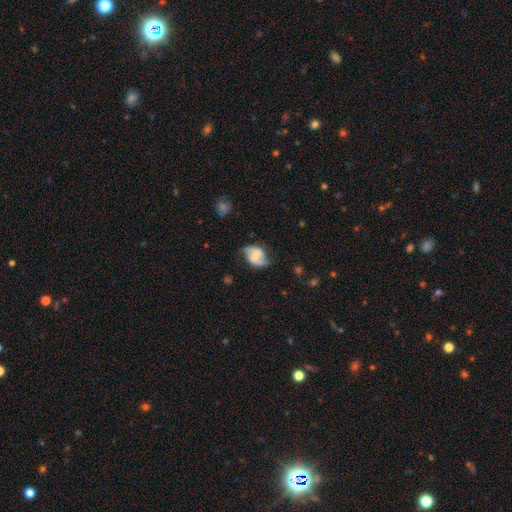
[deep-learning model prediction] Smooth or featured: featured or disk — 73% (smooth — 20%)
Edge-on disk: no — 97% (yes — 3%)
Bar: weak — 45% (strong — 29%)
Spiral arms: yes — 93% (no — 7%)
Spiral winding: medium — 42% (loose — 41%)
Spiral arm count: 2 — 90% (can't tell — 5%)
Bulge size: small — 33% (none — 32%)
Merging: none — 71% (minor disturbance — 20%)